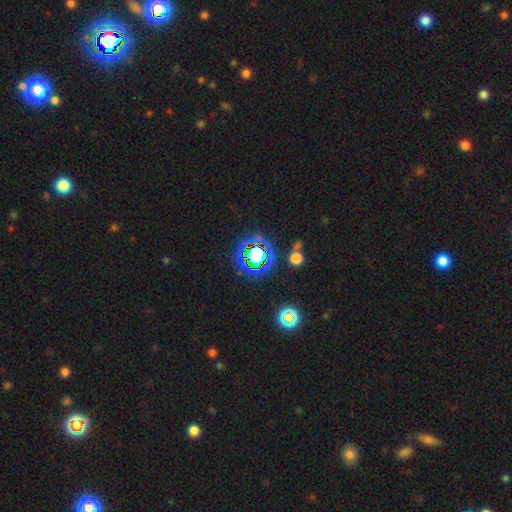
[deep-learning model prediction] Smooth or featured? star or artifact (66%)